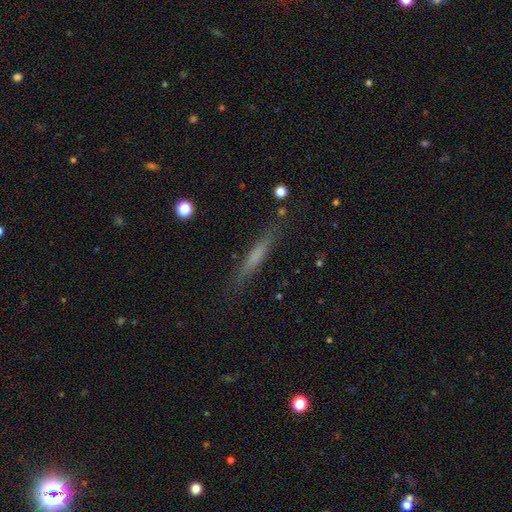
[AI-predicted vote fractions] Q: Smooth or featured?
A: smooth (53%); runner-up: featured or disk (38%)
Q: How rounded?
A: cigar-shaped (92%); runner-up: in between (6%)
Q: Merging?
A: none (85%); runner-up: minor disturbance (11%)